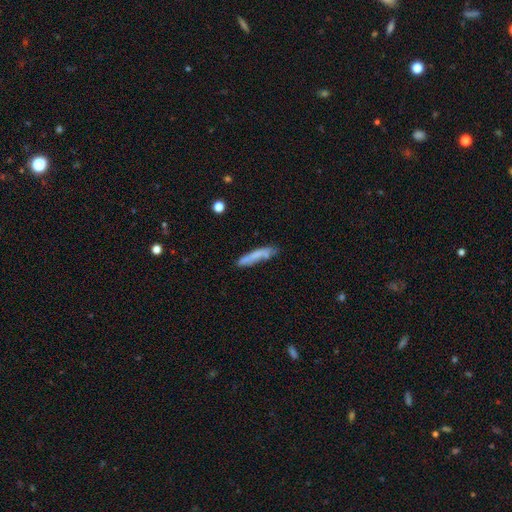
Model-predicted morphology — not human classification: This is likely a smooth galaxy (66%). How rounded: clearly cigar-shaped (90%). Merging: likely none (67%).